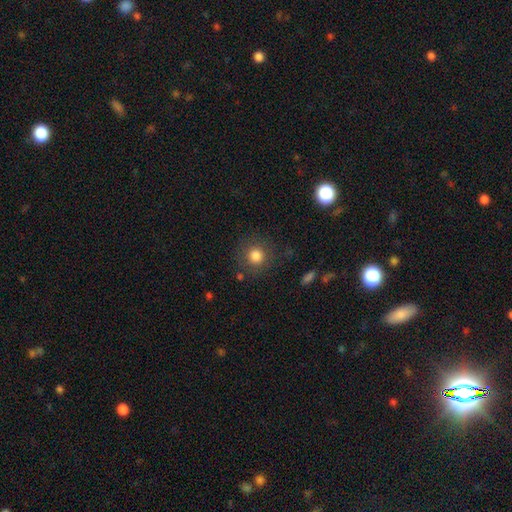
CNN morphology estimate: Smooth or featured: smooth — 82% (star or artifact — 11%)
How rounded: round — 92% (in between — 7%)
Merging: none — 82% (minor disturbance — 11%)